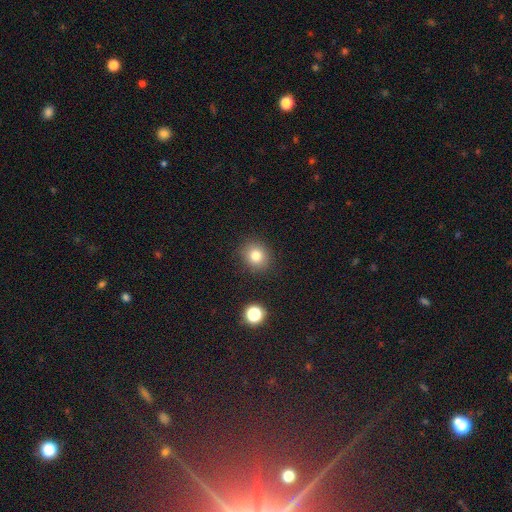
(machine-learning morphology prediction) Smooth or featured? smooth (80%)
How rounded? round (80%)
Merging? none (88%)